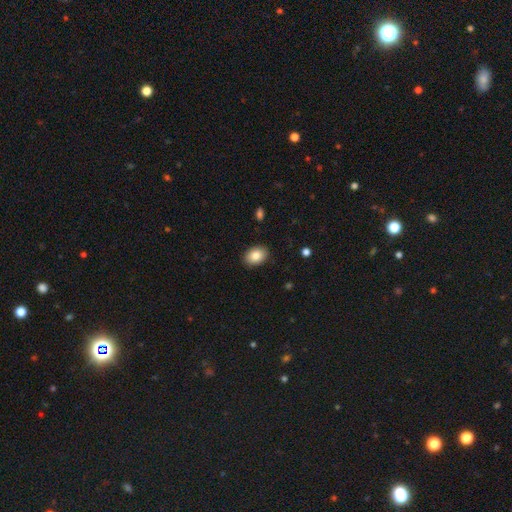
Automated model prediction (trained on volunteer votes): smooth-or-featured: smooth: 85% | star or artifact: 7% | featured or disk: 7%
  how-rounded: in between: 78% | round: 21% | cigar-shaped: 1%
  merging: none: 89% | minor disturbance: 8% | major disturbance: 2% | merger: 1%